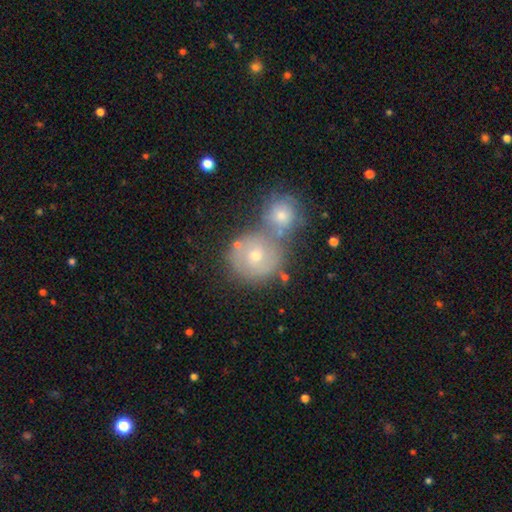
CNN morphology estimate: The model was most divided on "merging": merger: 46%, none: 41%, minor disturbance: 10%, major disturbance: 4%. More confident: how rounded — round (87%); smooth or featured — smooth (52%).